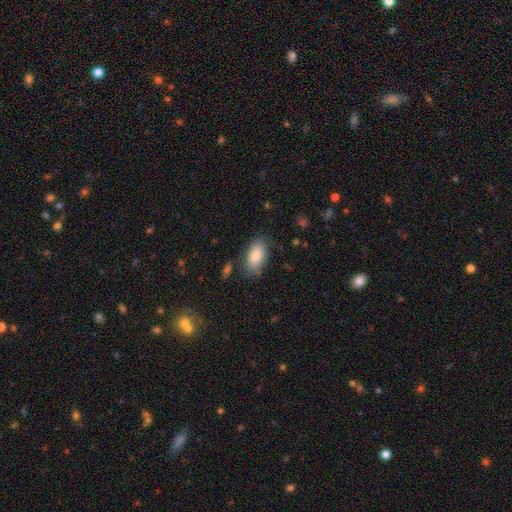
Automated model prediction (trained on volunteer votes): Smooth or featured?
  - smooth: 84% *
  - featured or disk: 9%
  - star or artifact: 7%
How rounded?
  - in between: 93% *
  - cigar-shaped: 4%
  - round: 4%
Merging?
  - none: 74% *
  - minor disturbance: 18%
  - major disturbance: 5%
  - merger: 3%